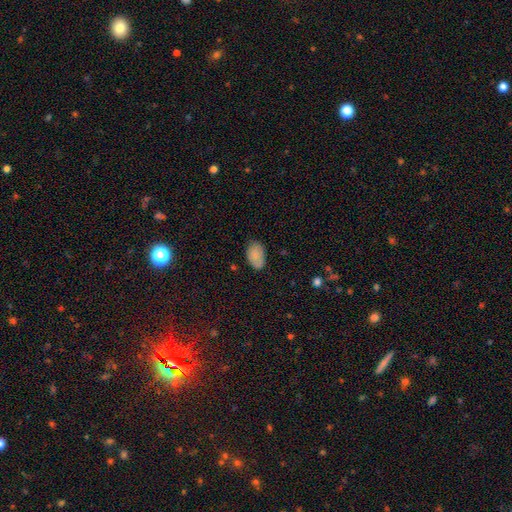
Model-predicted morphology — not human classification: Smooth or featured? Predicted: smooth (p=0.86). How rounded? Predicted: in between (p=0.92). Merging? Predicted: none (p=0.78).